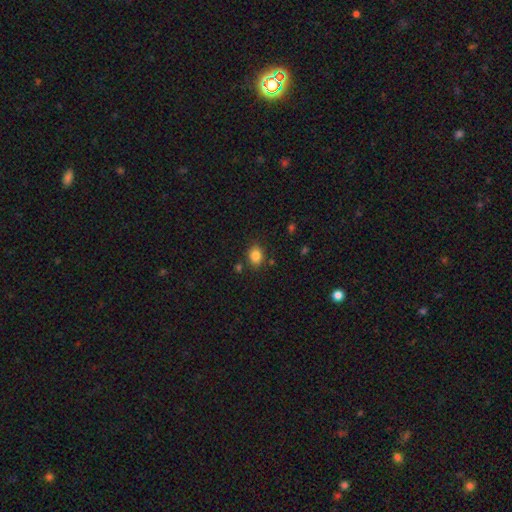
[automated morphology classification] Overall: smooth (85%). How rounded: in between (52%; round 48%). Merging: none (82%).